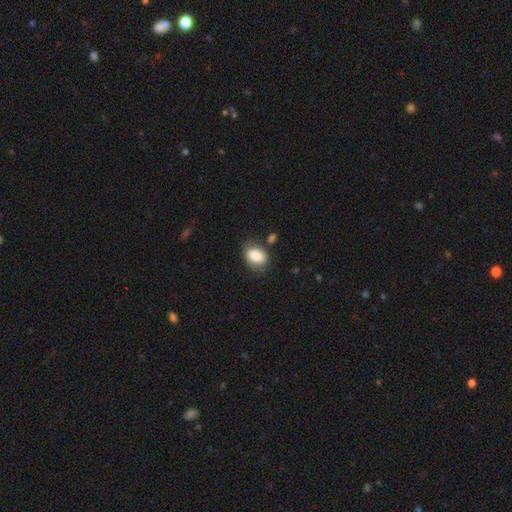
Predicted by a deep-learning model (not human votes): The model was most divided on "merging": none: 68%, minor disturbance: 20%, merger: 6%, major disturbance: 6%. More confident: smooth or featured — smooth (84%); how rounded — in between (78%).